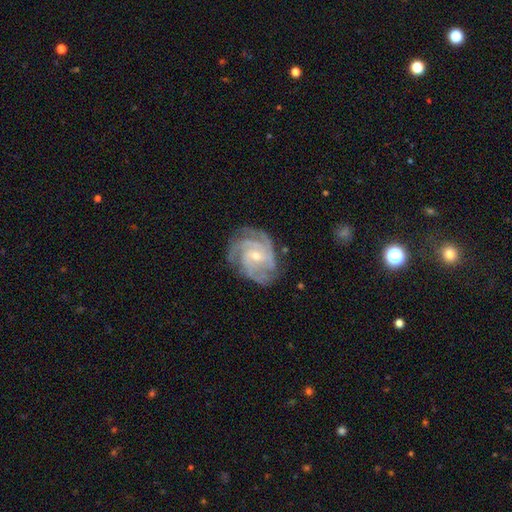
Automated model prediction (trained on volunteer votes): Smooth or featured: featured or disk — 90% (smooth — 5%)
Edge-on disk: no — 98% (yes — 2%)
Bar: no — 58% (weak — 35%)
Spiral arms: yes — 98% (no — 2%)
Spiral winding: tight — 60% (medium — 35%)
Spiral arm count: 3 — 33% (4 — 31%)
Bulge size: small — 66% (moderate — 31%)
Merging: none — 73% (minor disturbance — 18%)